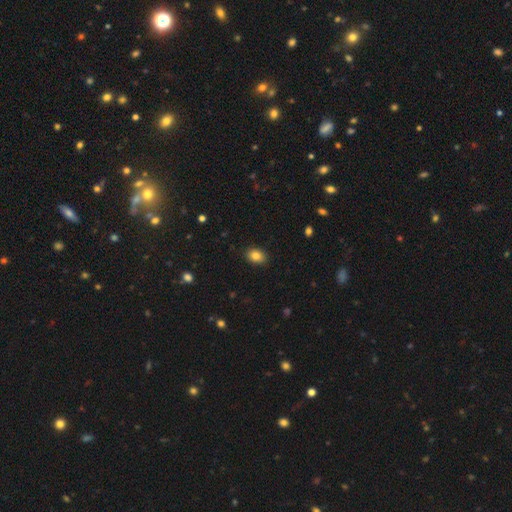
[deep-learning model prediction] Smooth or featured?
  - smooth: 84% *
  - star or artifact: 10%
  - featured or disk: 7%
How rounded?
  - in between: 73% *
  - round: 26%
  - cigar-shaped: 1%
Merging?
  - none: 89% *
  - minor disturbance: 8%
  - major disturbance: 2%
  - merger: 1%